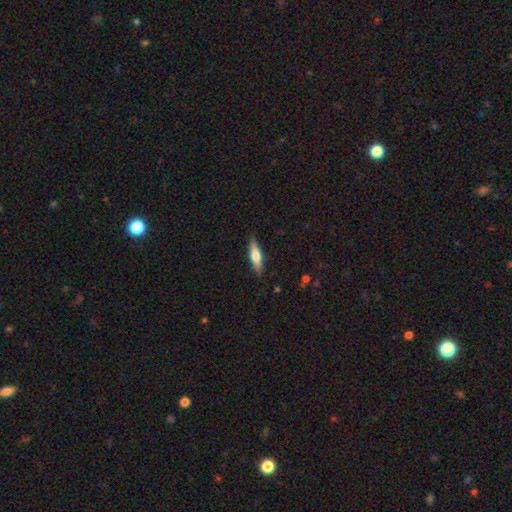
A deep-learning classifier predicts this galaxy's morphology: A smooth galaxy with no disk features (54%) that is cigar-shaped (67%). Merging: none (88%).